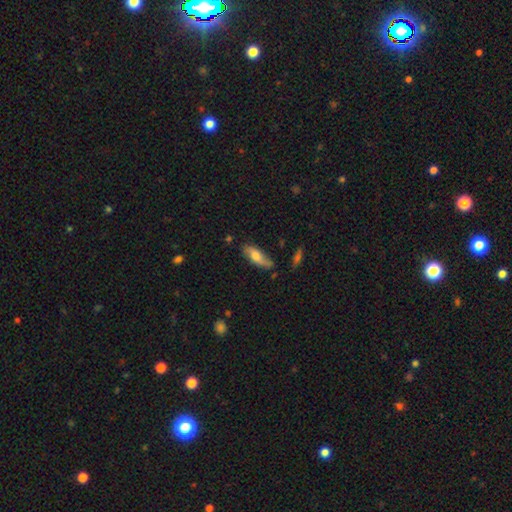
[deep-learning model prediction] This is likely a smooth galaxy (64%). How rounded: likely in between (65%). Merging: likely none (71%).